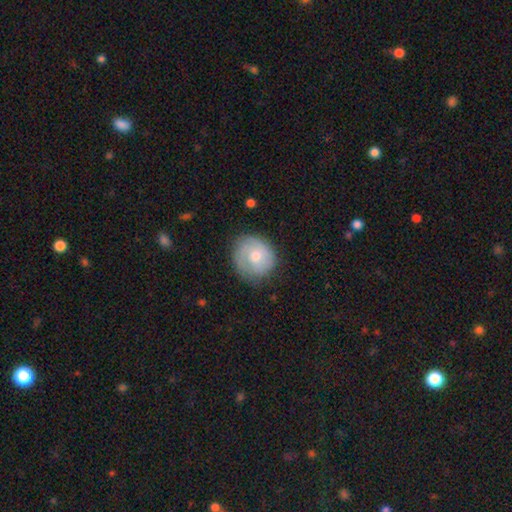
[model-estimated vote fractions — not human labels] Overall: featured or disk (51%; smooth 43%). Edge-on disk: no (97%). Merging: none (75%).